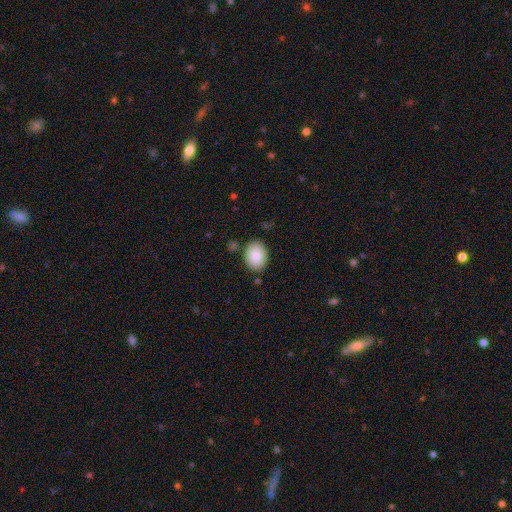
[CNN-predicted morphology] This appears to be a smooth galaxy with no disk features (87%) that is in between round and cigar-shaped (73%). Merging: none (83%).